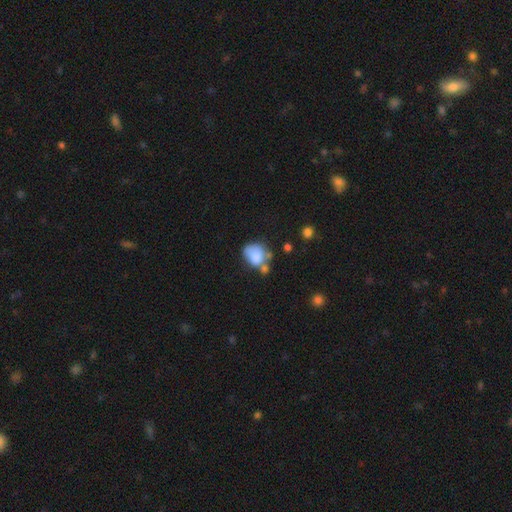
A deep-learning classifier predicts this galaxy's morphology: This is likely a smooth galaxy (76%). How rounded: possibly in between (53%). Merging: marginally none (32%).